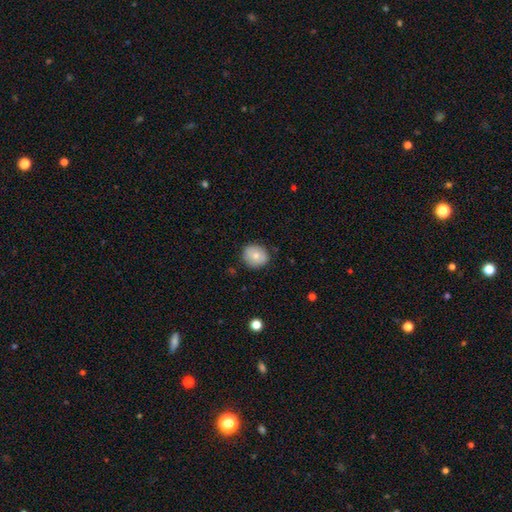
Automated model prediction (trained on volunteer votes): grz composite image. It shows a smooth galaxy with no disk features (75%) that is round (80%). Merging: none (84%).